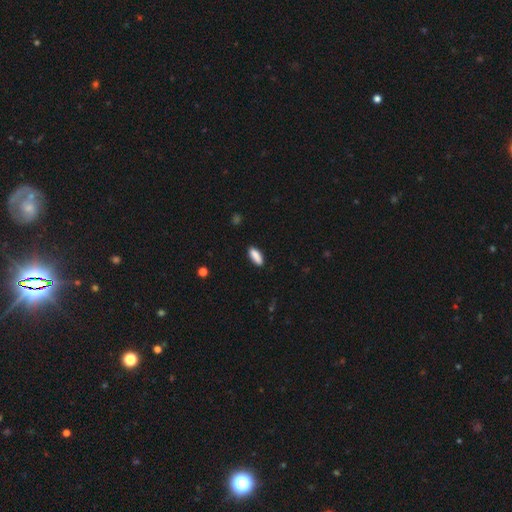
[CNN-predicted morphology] Q: Smooth or featured?
A: smooth (88%); runner-up: star or artifact (6%)
Q: How rounded?
A: in between (68%); runner-up: cigar-shaped (30%)
Q: Merging?
A: none (87%); runner-up: minor disturbance (10%)